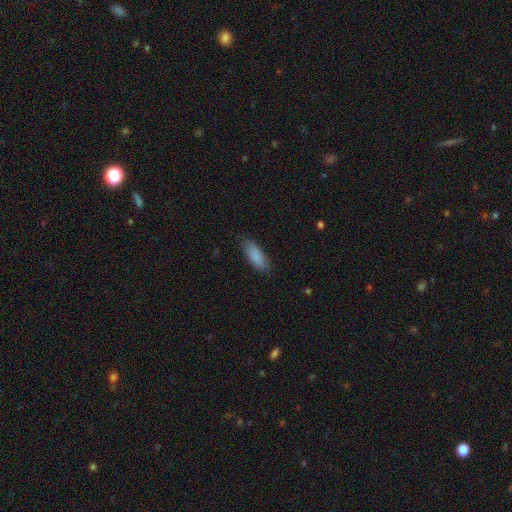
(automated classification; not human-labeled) The model was most divided on "how rounded": in between: 74%, cigar-shaped: 24%, round: 2%. More confident: smooth or featured — smooth (88%); merging — none (82%).